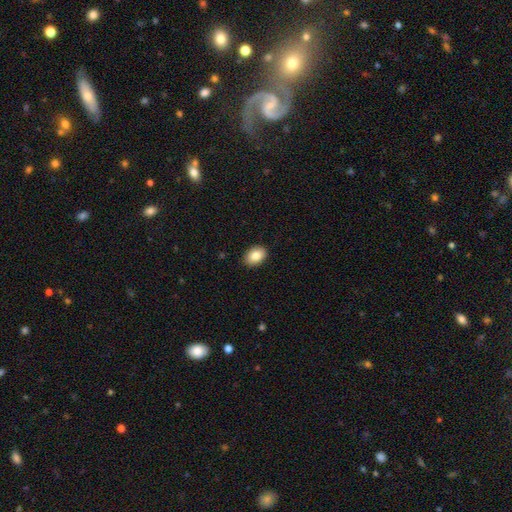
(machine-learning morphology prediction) Smooth or featured? Predicted: smooth (p=0.85). How rounded? Predicted: in between (p=0.78). Merging? Predicted: none (p=0.89).